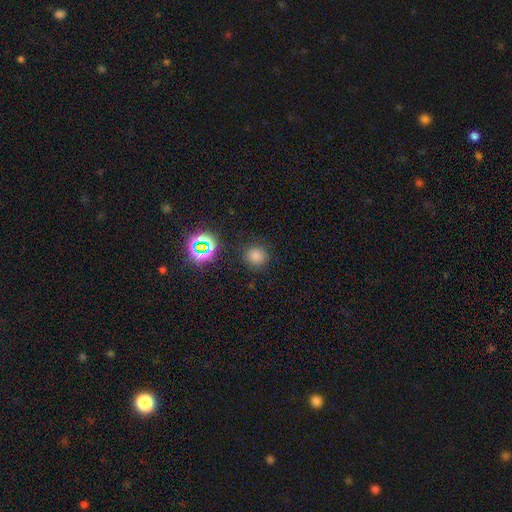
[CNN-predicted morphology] smooth_or_featured: smooth (p=0.72) [alt: star or artifact p=0.22]
how_rounded: round (p=0.92) [alt: in between p=0.07]
merging: none (p=0.87) [alt: minor disturbance p=0.08]